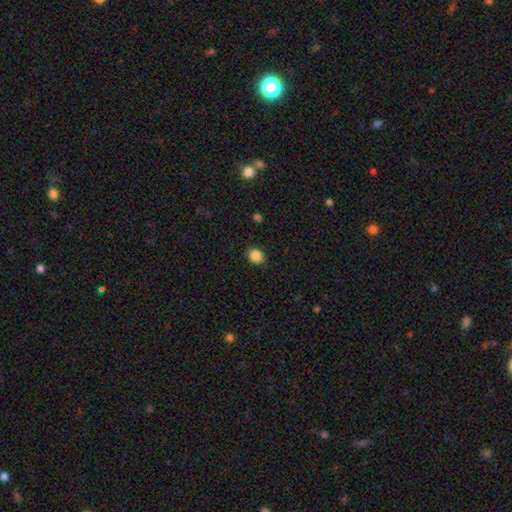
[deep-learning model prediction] Smooth or featured?
  - smooth: 87% *
  - star or artifact: 9%
  - featured or disk: 4%
How rounded?
  - in between: 53% *
  - round: 46%
  - cigar-shaped: 1%
Merging?
  - none: 87% *
  - minor disturbance: 9%
  - major disturbance: 2%
  - merger: 1%